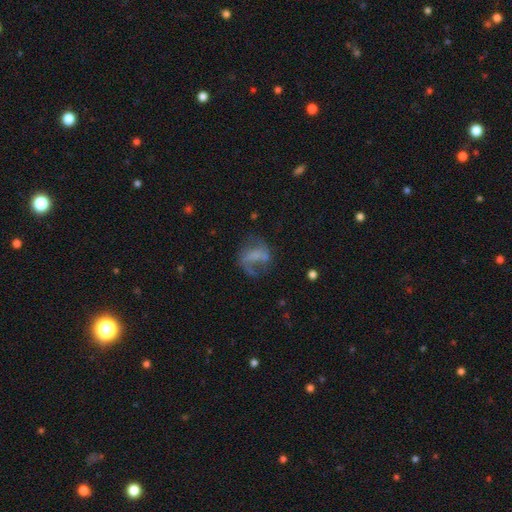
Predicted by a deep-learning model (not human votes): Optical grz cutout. It shows a featured or disk galaxy (57%) with no bar (49%), spiral arms (69%) and no central bulge (65%). Merging: none (41%).